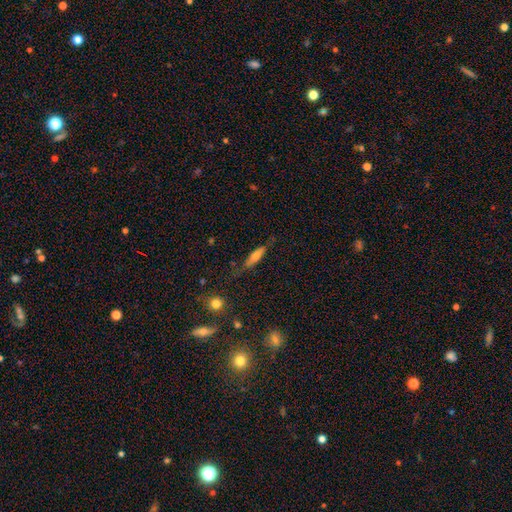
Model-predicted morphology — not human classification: This is possibly a smooth galaxy (57%). How rounded: likely cigar-shaped (68%). Merging: likely none (65%).